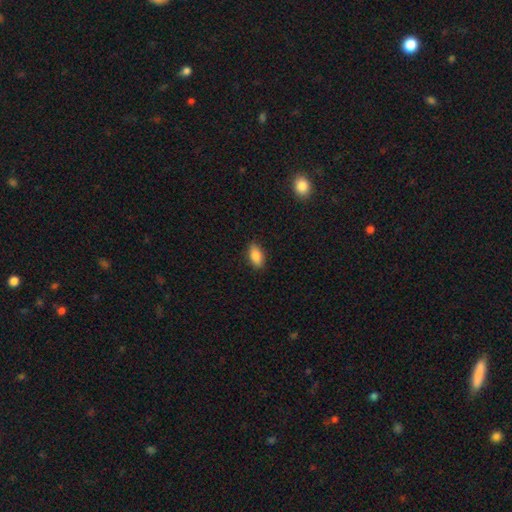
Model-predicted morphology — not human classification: smooth_or_featured: smooth (p=0.86) [alt: star or artifact p=0.07]
how_rounded: in between (p=0.90) [alt: cigar-shaped p=0.06]
merging: none (p=0.87) [alt: minor disturbance p=0.10]